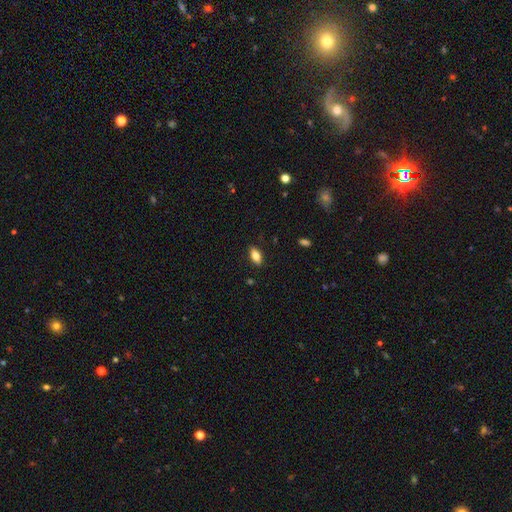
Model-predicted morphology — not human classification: Overall: smooth (76%). How rounded: in between (86%). Merging: none (88%).